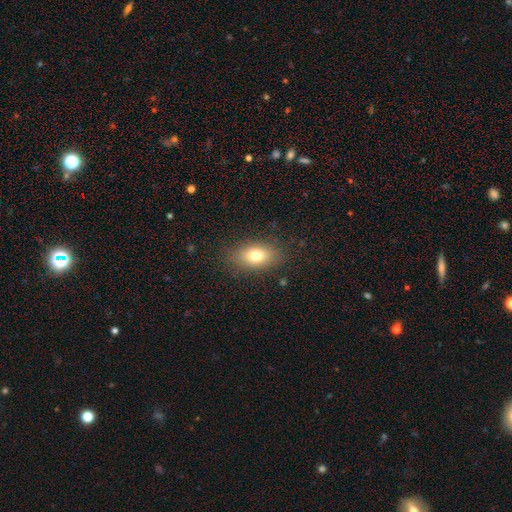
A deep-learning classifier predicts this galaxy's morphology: A smooth galaxy with no disk features (75%) that is in between round and cigar-shaped (83%).

Vote fractions:
- Smooth or featured? smooth: 75% / featured or disk: 14% / star or artifact: 11%
- How rounded? in between: 83% / round: 13% / cigar-shaped: 4%
- Merging? none: 85% / minor disturbance: 10% / major disturbance: 4% / merger: 1%